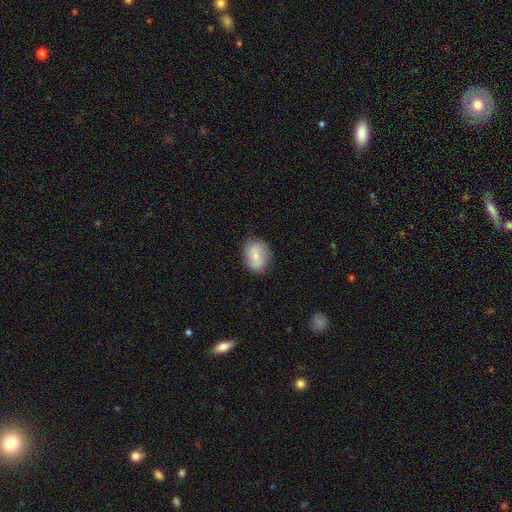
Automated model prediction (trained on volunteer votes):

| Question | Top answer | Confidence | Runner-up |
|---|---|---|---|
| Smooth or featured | smooth | 71% | featured or disk (22%) |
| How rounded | in between | 52% | round (47%) |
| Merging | none | 79% | minor disturbance (16%) |